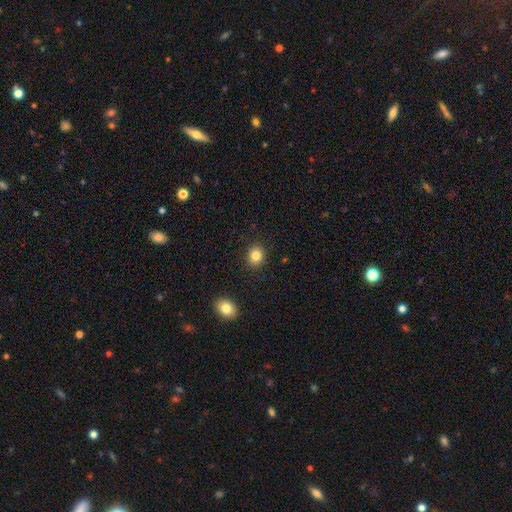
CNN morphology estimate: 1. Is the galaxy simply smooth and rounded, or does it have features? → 83% smooth, 11% star or artifact, 6% featured or disk.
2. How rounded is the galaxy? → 68% round, 32% in between, 1% cigar-shaped.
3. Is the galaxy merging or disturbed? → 89% none, 7% minor disturbance, 2% major disturbance, 2% merger.